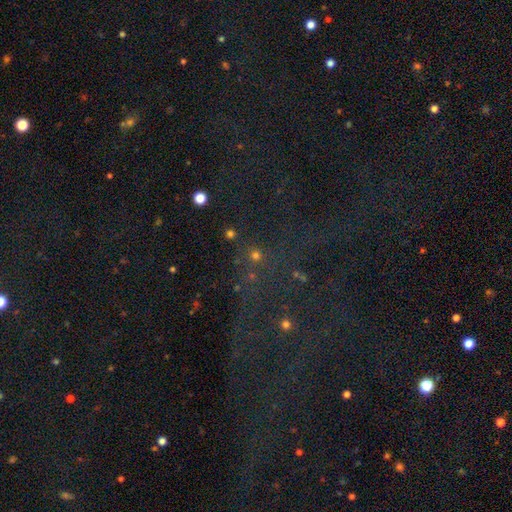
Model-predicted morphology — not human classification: Smooth or featured: star or artifact — 51% (smooth — 41%)